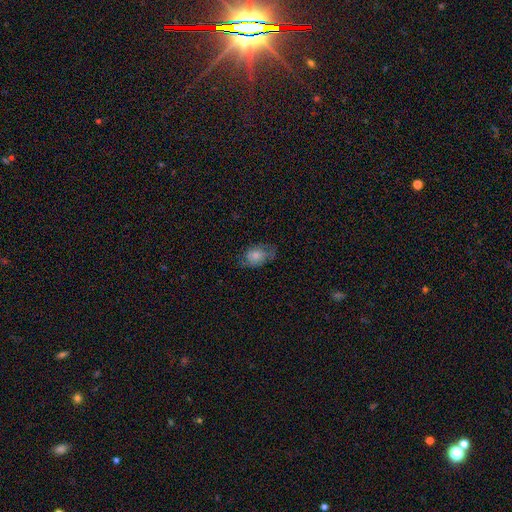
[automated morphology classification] smooth 66%, featured or disk 25%, star or artifact 9%. Down the decision tree: how rounded — in between (76%); merging — none (57%).